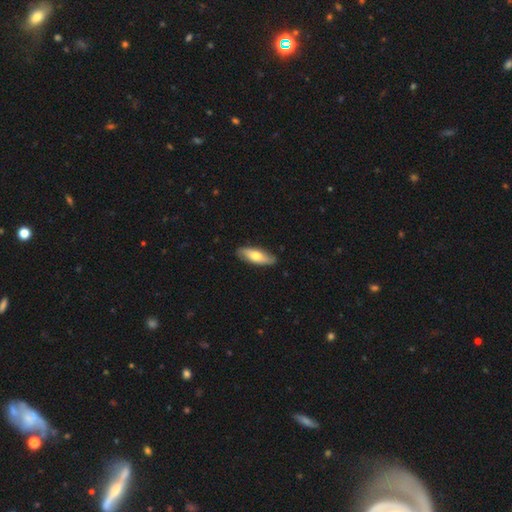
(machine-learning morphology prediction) Q: Smooth or featured?
A: smooth (62%); runner-up: featured or disk (32%)
Q: How rounded?
A: in between (65%); runner-up: cigar-shaped (33%)
Q: Merging?
A: none (86%); runner-up: minor disturbance (11%)